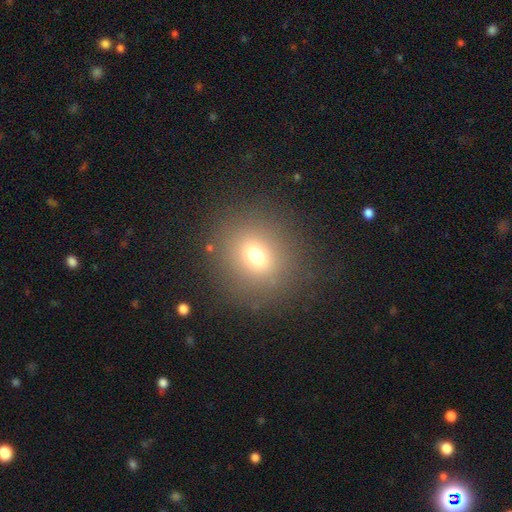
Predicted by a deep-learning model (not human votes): Smooth or featured?
  - smooth: 69% *
  - star or artifact: 19%
  - featured or disk: 12%
How rounded?
  - round: 82% *
  - in between: 17%
  - cigar-shaped: 1%
Merging?
  - none: 85% *
  - minor disturbance: 8%
  - major disturbance: 5%
  - merger: 2%